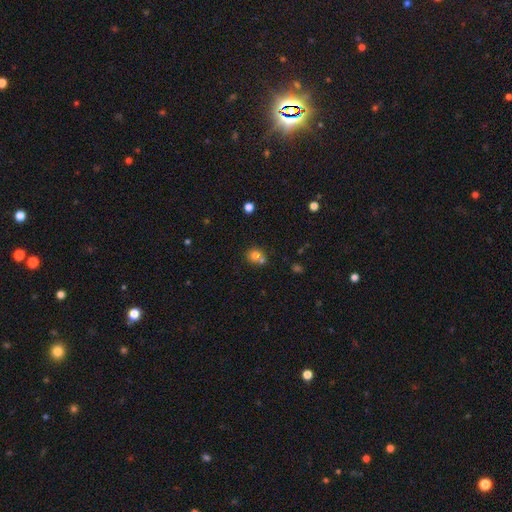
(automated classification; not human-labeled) Overall: smooth (75%). How rounded: round (84%). Merging: none (52%; merger 37%).